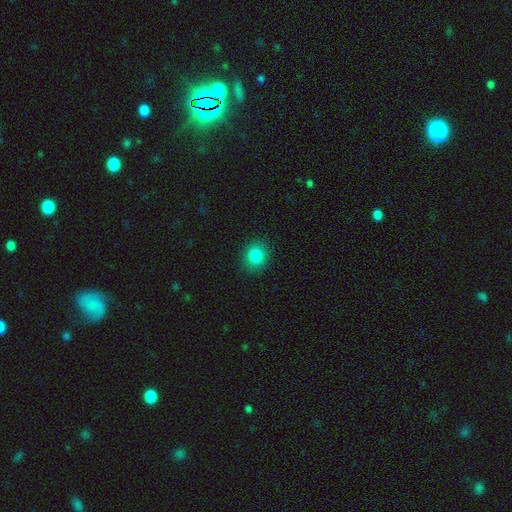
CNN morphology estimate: Smooth or featured? smooth (84%)
How rounded? round (70%)
Merging? none (89%)